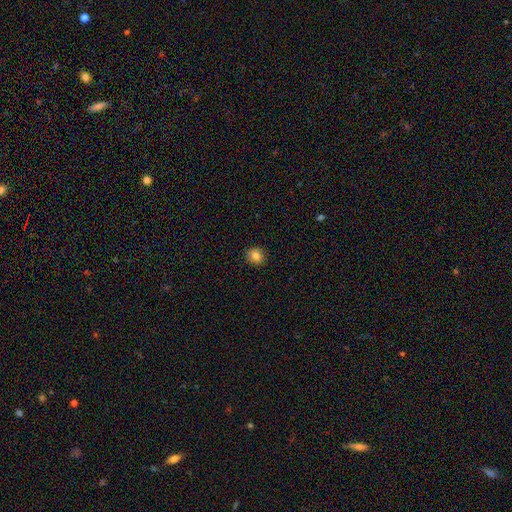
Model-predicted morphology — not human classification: This appears to be a smooth galaxy with no disk features (83%) that is round (77%). Merging: none (90%).